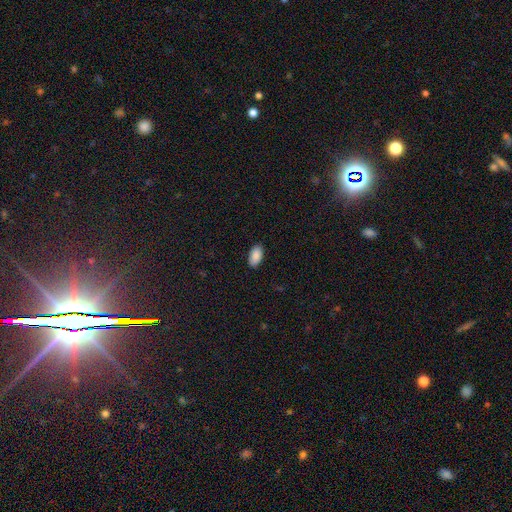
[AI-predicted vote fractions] smooth_or_featured: smooth (p=0.89) [alt: star or artifact p=0.07]
how_rounded: in between (p=0.95) [alt: round p=0.03]
merging: none (p=0.88) [alt: minor disturbance p=0.09]